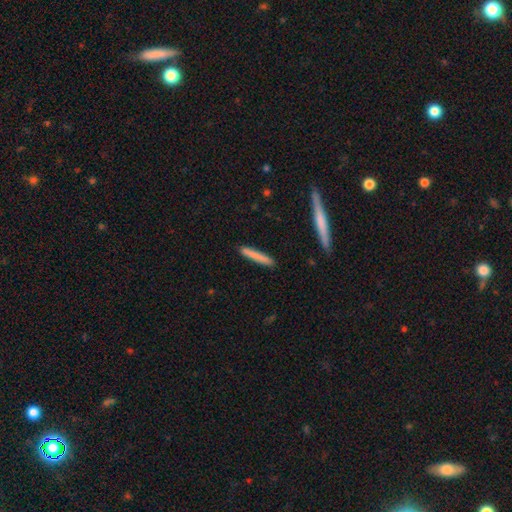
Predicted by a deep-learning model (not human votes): Q: Smooth or featured?
A: smooth (77%); runner-up: featured or disk (18%)
Q: How rounded?
A: cigar-shaped (95%); runner-up: in between (4%)
Q: Merging?
A: none (90%); runner-up: minor disturbance (7%)